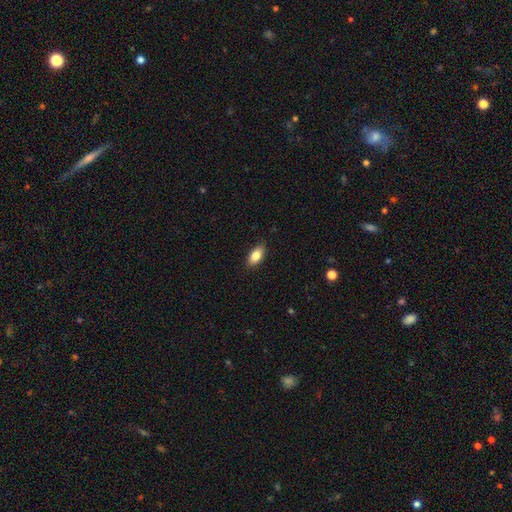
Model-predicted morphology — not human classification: smooth-or-featured: smooth: 83% | featured or disk: 10% | star or artifact: 7%
  how-rounded: in between: 89% | cigar-shaped: 6% | round: 4%
  merging: none: 86% | minor disturbance: 11% | major disturbance: 2% | merger: 1%